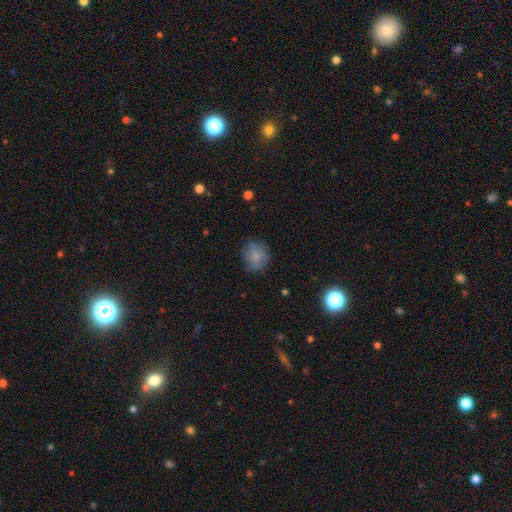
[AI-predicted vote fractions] Smooth or featured? Predicted: smooth (p=0.72). How rounded? Predicted: round (p=0.83). Merging? Predicted: none (p=0.75).